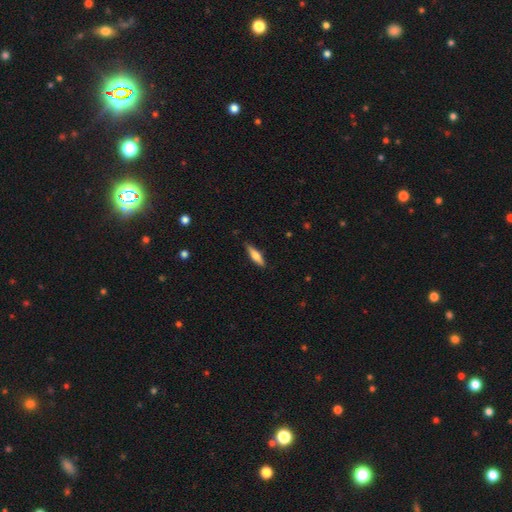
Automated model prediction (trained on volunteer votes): Smooth or featured?
  - smooth: 60% *
  - featured or disk: 34%
  - star or artifact: 6%
How rounded?
  - cigar-shaped: 69% *
  - in between: 29%
  - round: 2%
Merging?
  - none: 85% *
  - minor disturbance: 12%
  - major disturbance: 2%
  - merger: 1%